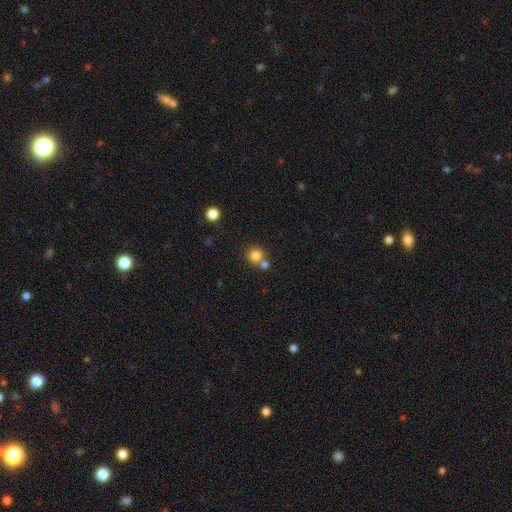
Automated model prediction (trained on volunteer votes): Overall: smooth (81%). How rounded: round (91%). Merging: none (63%; merger 27%).